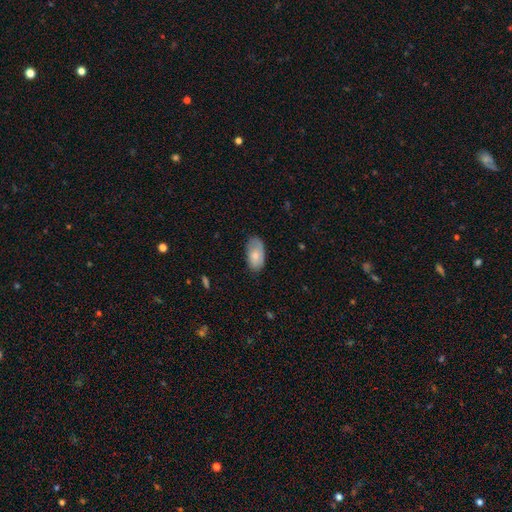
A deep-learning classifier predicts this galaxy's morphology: The model was most divided on "merging": none: 69%, minor disturbance: 24%, major disturbance: 6%, merger: 1%. More confident: how rounded — in between (94%); smooth or featured — smooth (72%).